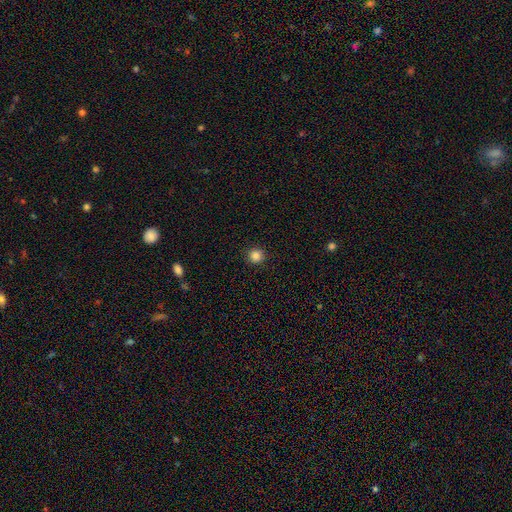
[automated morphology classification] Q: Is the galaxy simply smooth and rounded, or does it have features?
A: smooth — 84%.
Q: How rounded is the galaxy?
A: round — 95%.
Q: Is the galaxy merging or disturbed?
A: none — 92%.